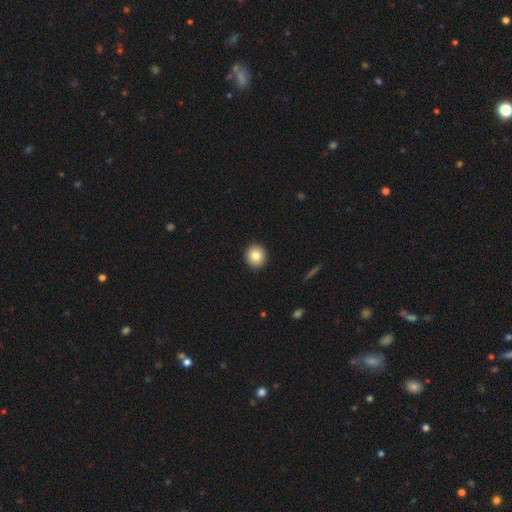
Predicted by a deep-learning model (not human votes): smooth 82%, star or artifact 9%, featured or disk 9%. Down the decision tree: how rounded — round (91%); merging — none (93%).